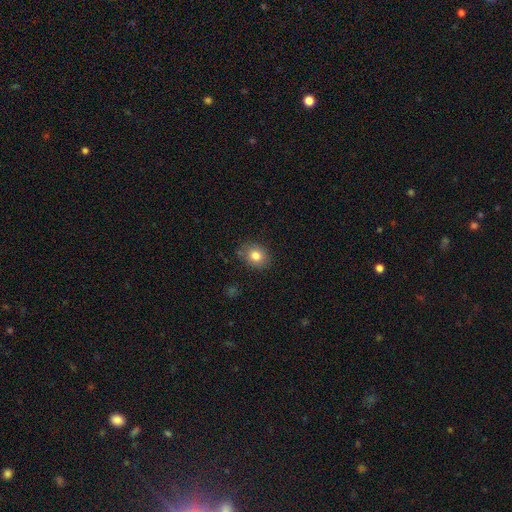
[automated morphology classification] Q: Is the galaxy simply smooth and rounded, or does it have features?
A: smooth — 81%.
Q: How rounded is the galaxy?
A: round — 60%.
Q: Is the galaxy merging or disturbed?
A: none — 83%.